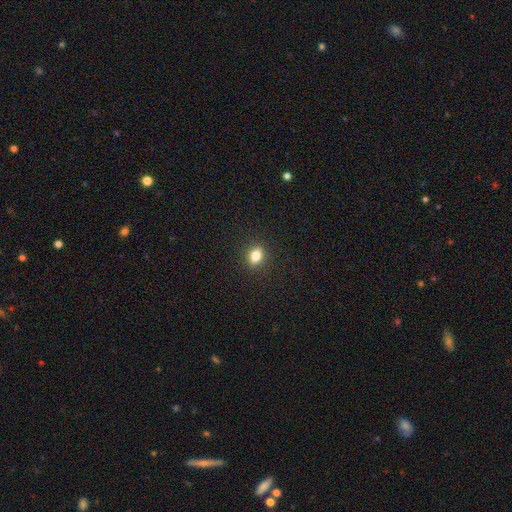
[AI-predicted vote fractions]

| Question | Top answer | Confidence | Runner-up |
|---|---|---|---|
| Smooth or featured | smooth | 81% | star or artifact (11%) |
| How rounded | in between | 61% | round (37%) |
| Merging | none | 89% | minor disturbance (8%) |